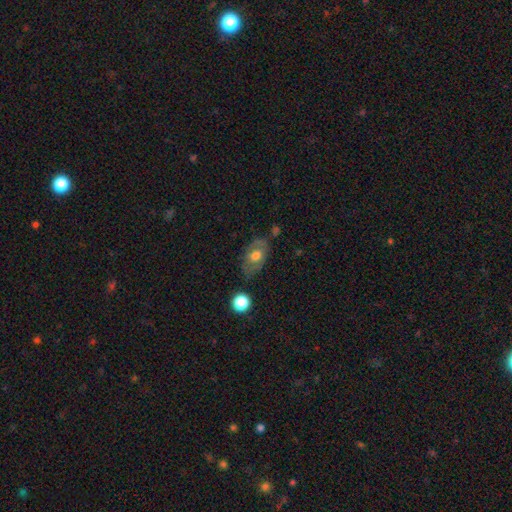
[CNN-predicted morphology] A smooth galaxy with no disk features (54%) that is in between round and cigar-shaped (82%).

Vote fractions:
- Smooth or featured? smooth: 54% / featured or disk: 38% / star or artifact: 8%
- How rounded? in between: 82% / round: 16% / cigar-shaped: 2%
- Merging? none: 64% / minor disturbance: 23% / major disturbance: 9% / merger: 4%